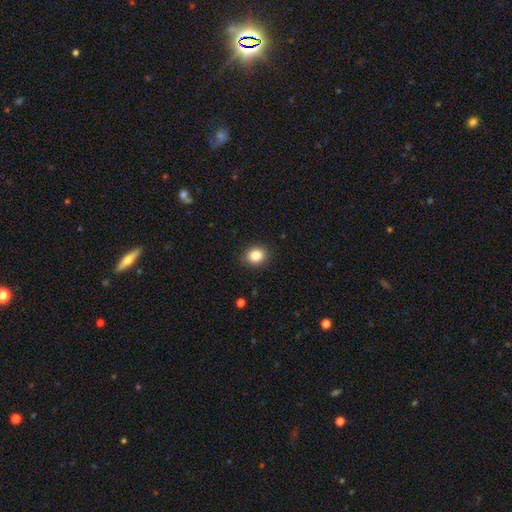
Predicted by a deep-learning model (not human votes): This is clearly a smooth galaxy (85%). How rounded: likely round (72%). Merging: clearly none (89%).